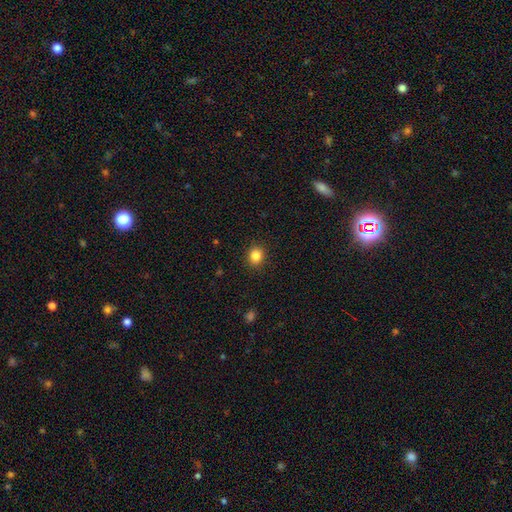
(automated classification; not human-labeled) smooth-or-featured: smooth: 84% | star or artifact: 11% | featured or disk: 4%
  how-rounded: round: 81% | in between: 18% | cigar-shaped: 1%
  merging: none: 90% | minor disturbance: 7% | major disturbance: 2% | merger: 1%